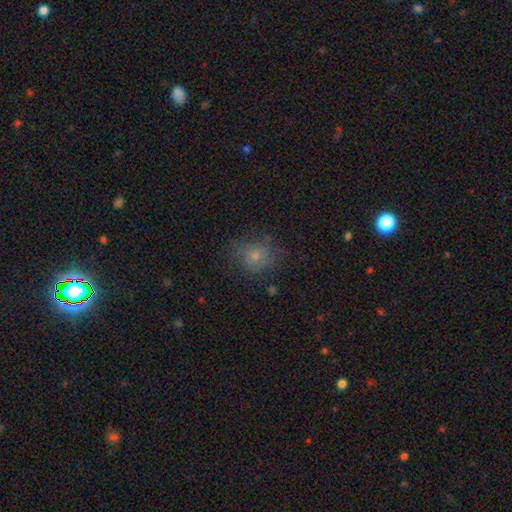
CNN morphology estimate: type=smooth (64%); roundness=round (71%); merging=none (64%).